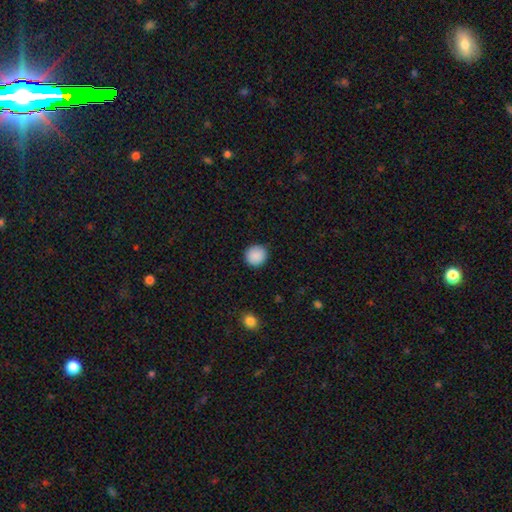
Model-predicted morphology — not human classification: The model was most divided on "how rounded": round: 90%, in between: 9%, cigar-shaped: 1%. More confident: merging — none (90%); smooth or featured — smooth (90%).